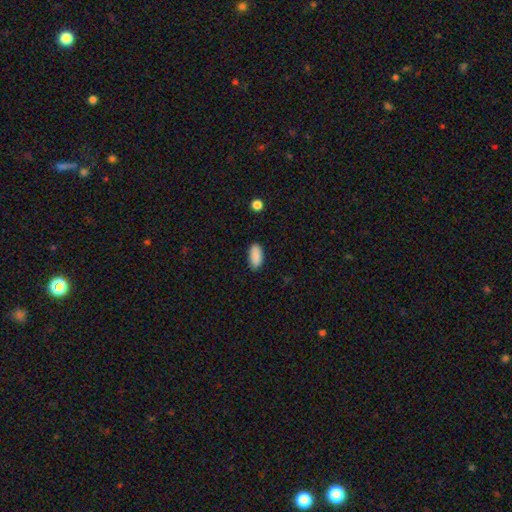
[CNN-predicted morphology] This appears to be a smooth galaxy with no disk features (89%) that is in between round and cigar-shaped (90%). Merging: none (86%).